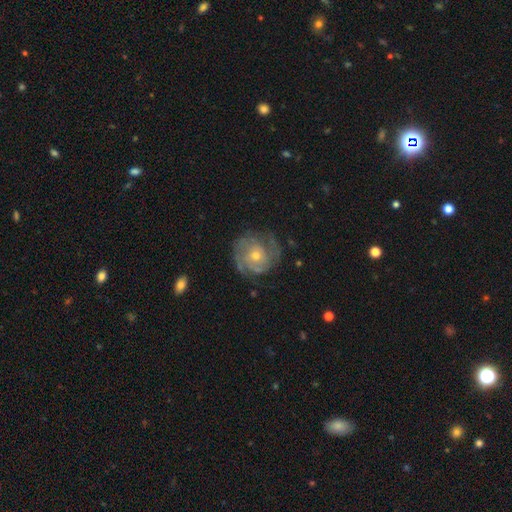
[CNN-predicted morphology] A featured or disk galaxy (78%) with no bar (77%), tight (62%) spiral arms (90%) and a small central bulge (49%).

Vote fractions:
- Smooth or featured? featured or disk: 78% / smooth: 15% / star or artifact: 7%
- Edge-on disk? no: 97% / yes: 3%
- Bar? no: 77% / weak: 20% / strong: 4%
- Spiral arms? yes: 90% / no: 10%
- Spiral winding? tight: 62% / medium: 30% / loose: 8%
- Spiral arm count? can't tell: 33% / 2: 30% / 3: 20% / 4: 6% / 1: 6% / more than 4: 4%
- Bulge size? small: 49% / moderate: 47% / large: 2% / none: 1% / dominant: 1%
- Merging? none: 72% / minor disturbance: 18% / major disturbance: 9% / merger: 1%